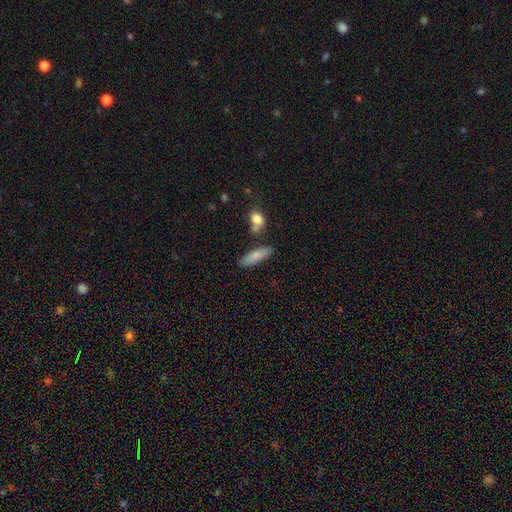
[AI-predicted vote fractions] A smooth galaxy with no disk features (79%) that is cigar-shaped (54%).

Vote fractions:
- Smooth or featured? smooth: 79% / featured or disk: 15% / star or artifact: 7%
- How rounded? cigar-shaped: 54% / in between: 44% / round: 2%
- Merging? none: 75% / minor disturbance: 13% / merger: 9% / major disturbance: 3%